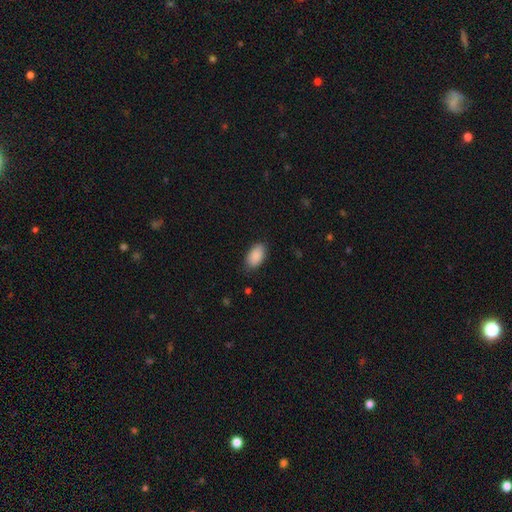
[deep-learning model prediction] Morphology: type=smooth (90%); roundness=in between (94%); merging=none (81%).